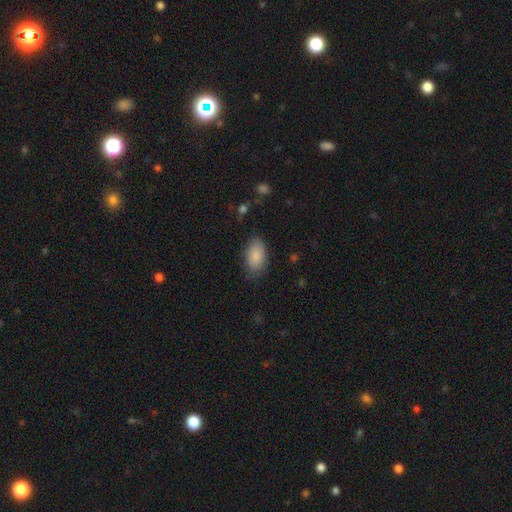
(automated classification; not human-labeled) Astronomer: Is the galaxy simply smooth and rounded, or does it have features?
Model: smooth — 87%.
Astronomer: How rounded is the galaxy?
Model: in between — 93%.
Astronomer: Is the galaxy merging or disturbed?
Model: none — 77%.